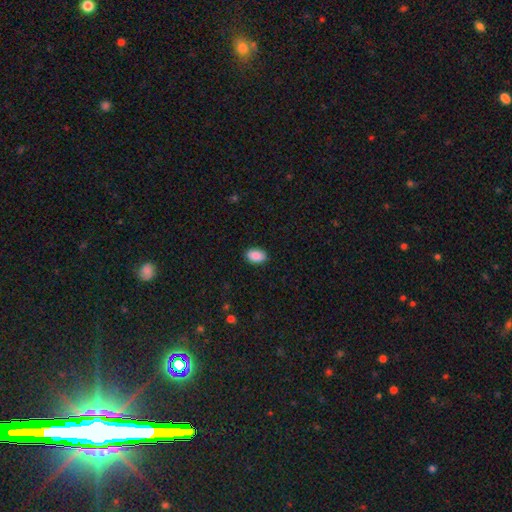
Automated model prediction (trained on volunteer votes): Smooth or featured? Predicted: smooth (p=0.90). How rounded? Predicted: in between (p=0.89). Merging? Predicted: none (p=0.89).